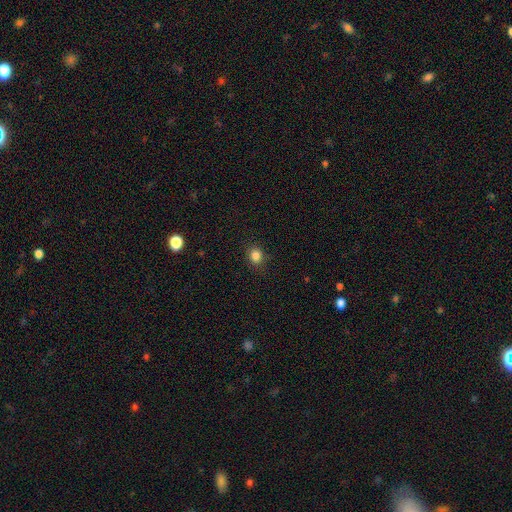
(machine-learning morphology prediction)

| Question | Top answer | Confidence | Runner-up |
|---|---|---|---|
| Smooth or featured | smooth | 84% | star or artifact (12%) |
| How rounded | round | 68% | in between (31%) |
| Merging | none | 87% | minor disturbance (9%) |